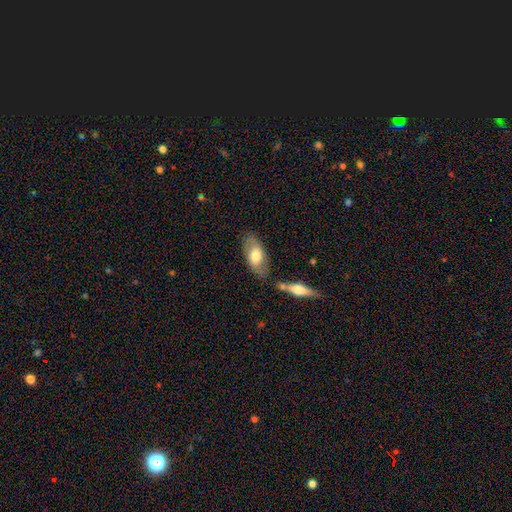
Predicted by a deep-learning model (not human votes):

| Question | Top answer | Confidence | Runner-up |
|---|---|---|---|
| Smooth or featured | smooth | 66% | featured or disk (29%) |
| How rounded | in between | 89% | cigar-shaped (9%) |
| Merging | none | 72% | minor disturbance (16%) |